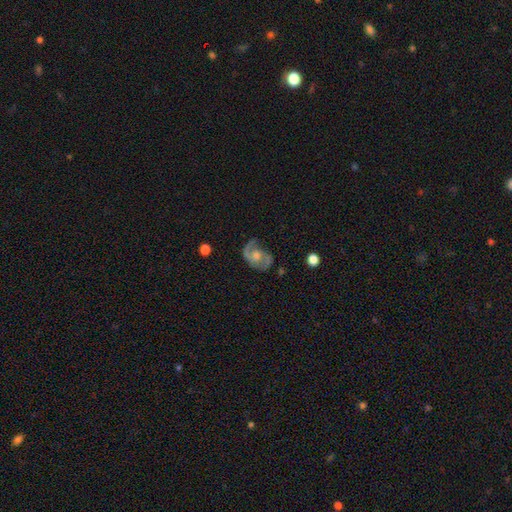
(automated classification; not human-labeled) Smooth or featured: featured or disk — 76% (smooth — 18%)
Edge-on disk: no — 97% (yes — 3%)
Bar: no — 67% (weak — 28%)
Spiral arms: yes — 87% (no — 13%)
Spiral winding: medium — 50% (loose — 28%)
Spiral arm count: 2 — 77% (1 — 13%)
Bulge size: moderate — 55% (small — 19%)
Merging: none — 60% (minor disturbance — 21%)